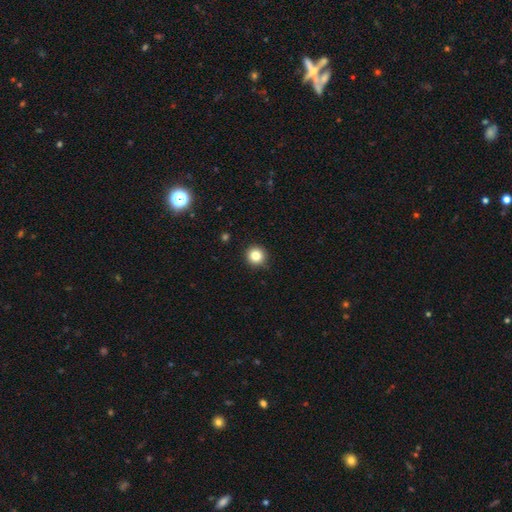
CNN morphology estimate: Smooth or featured?
  - smooth: 84% *
  - star or artifact: 11%
  - featured or disk: 5%
How rounded?
  - round: 94% *
  - in between: 5%
  - cigar-shaped: 1%
Merging?
  - none: 91% *
  - minor disturbance: 6%
  - major disturbance: 2%
  - merger: 1%